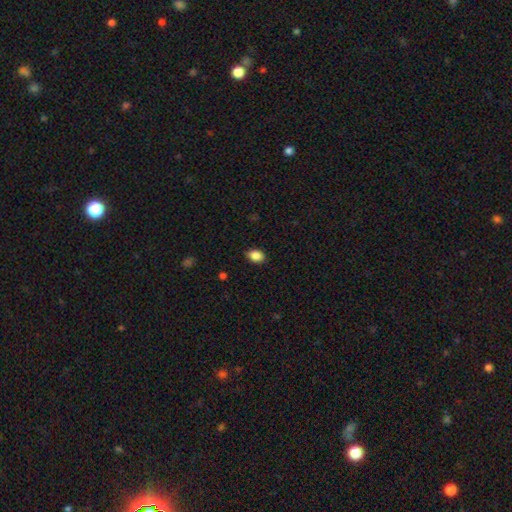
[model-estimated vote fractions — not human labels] Smooth or featured? Predicted: smooth (p=0.87). How rounded? Predicted: in between (p=0.80). Merging? Predicted: none (p=0.83).